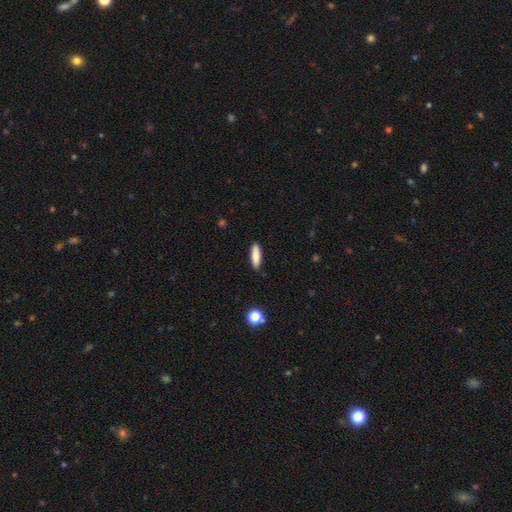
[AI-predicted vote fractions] This is clearly a smooth galaxy (84%). How rounded: likely cigar-shaped (62%). Merging: clearly none (88%).